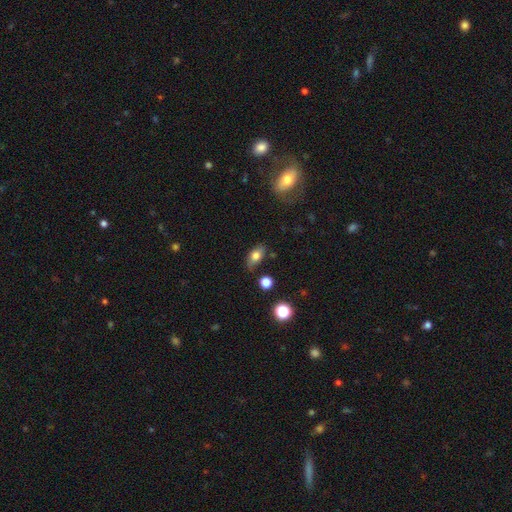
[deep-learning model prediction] smooth_or_featured: smooth (p=0.76) [alt: featured or disk p=0.14]
how_rounded: in between (p=0.85) [alt: round p=0.11]
merging: none (p=0.71) [alt: minor disturbance p=0.21]